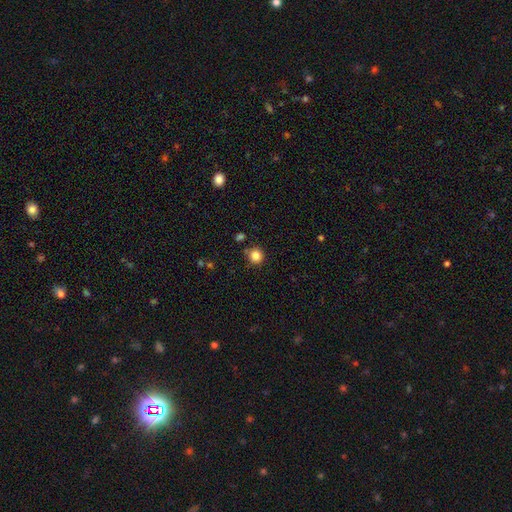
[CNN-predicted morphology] smooth 84%, star or artifact 11%, featured or disk 4%. Down the decision tree: how rounded — round (91%); merging — none (84%).